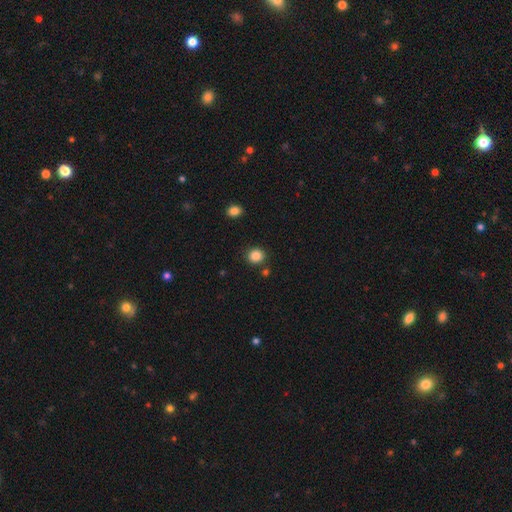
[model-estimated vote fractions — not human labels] smooth_or_featured: smooth (p=0.86) [alt: star or artifact p=0.10]
how_rounded: round (p=0.87) [alt: in between p=0.12]
merging: none (p=0.85) [alt: minor disturbance p=0.08]